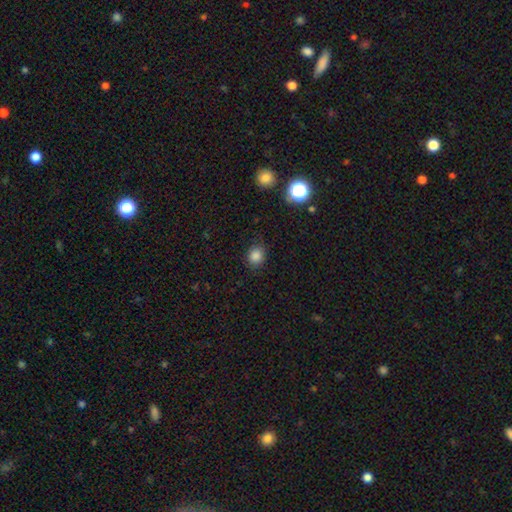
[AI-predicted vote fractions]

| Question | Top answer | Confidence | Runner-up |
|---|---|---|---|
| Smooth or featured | smooth | 84% | star or artifact (12%) |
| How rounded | round | 71% | in between (28%) |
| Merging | none | 83% | minor disturbance (12%) |